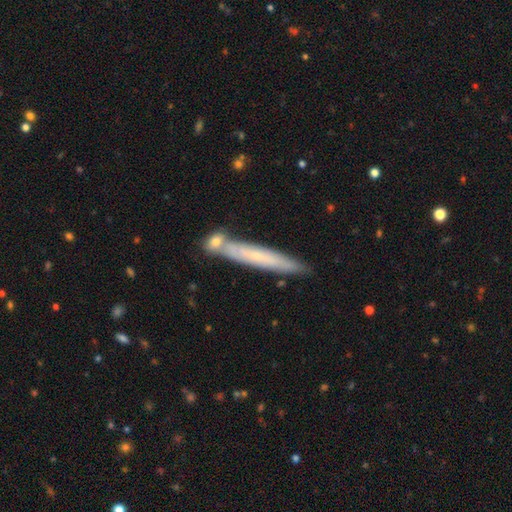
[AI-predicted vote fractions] Overall: smooth (49%; featured or disk 44%). Merging: none (72%).